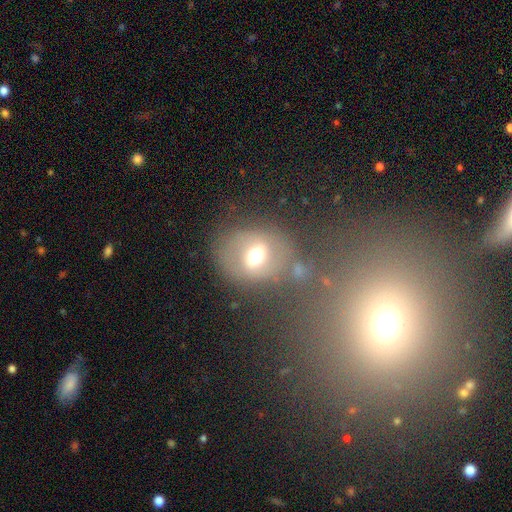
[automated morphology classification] A smooth galaxy with no disk features (49%).

Vote fractions:
- Smooth or featured? smooth: 49% / featured or disk: 28% / star or artifact: 23%
- Merging? none: 66% / merger: 15% / minor disturbance: 12% / major disturbance: 7%